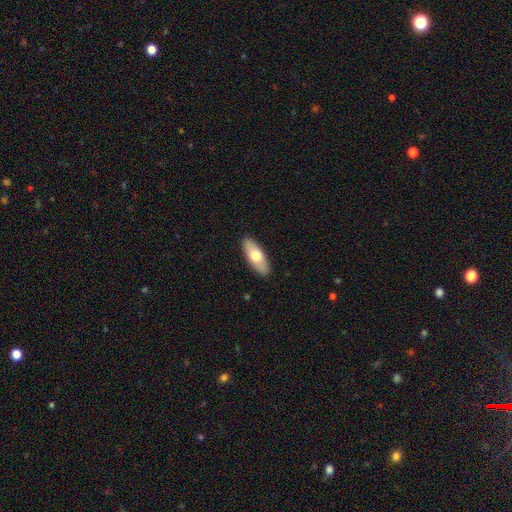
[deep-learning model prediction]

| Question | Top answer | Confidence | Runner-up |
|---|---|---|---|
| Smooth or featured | smooth | 66% | featured or disk (29%) |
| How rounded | in between | 79% | cigar-shaped (18%) |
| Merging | none | 90% | minor disturbance (8%) |